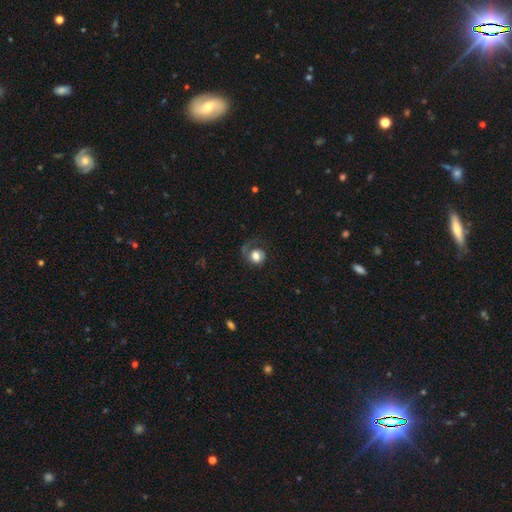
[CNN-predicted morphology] Overall: smooth (63%; featured or disk 29%). How rounded: round (73%). Merging: none (44%; major disturbance 33%).